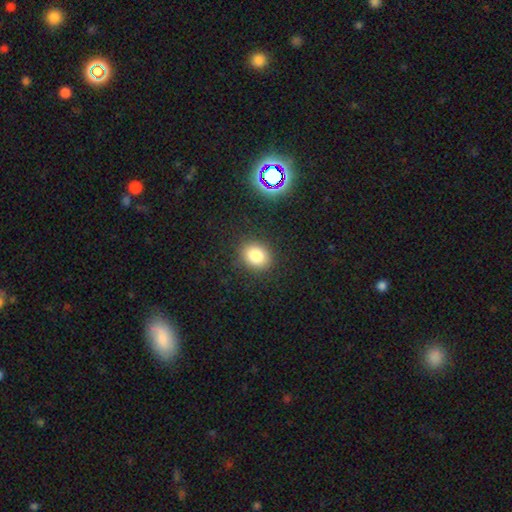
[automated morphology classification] type=smooth (81%); roundness=round (56%); merging=none (87%).